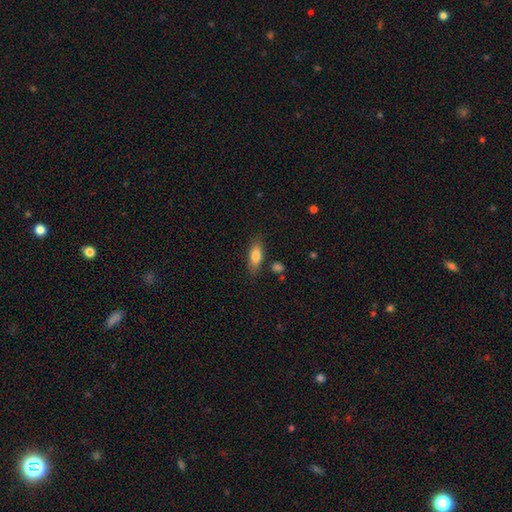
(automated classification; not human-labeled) Smooth or featured? smooth (79%)
How rounded? in between (71%)
Merging? none (80%)